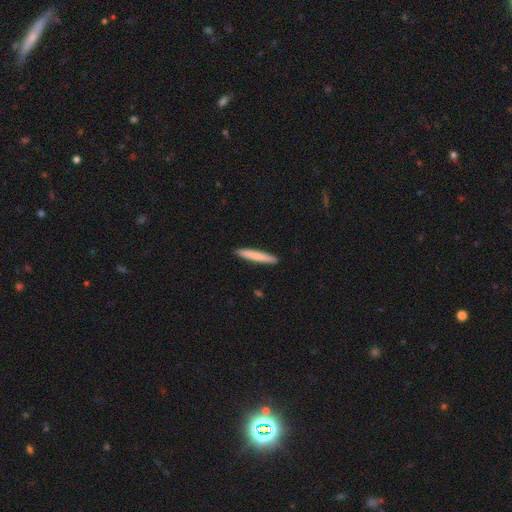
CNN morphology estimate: Smooth or featured: smooth — 79% (featured or disk — 16%)
How rounded: cigar-shaped — 95% (in between — 3%)
Merging: none — 92% (minor disturbance — 6%)